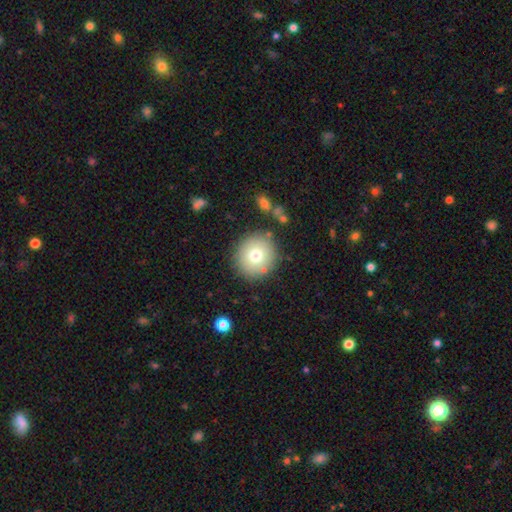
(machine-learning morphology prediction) type=smooth (74%); roundness=round (92%); merging=none (86%).